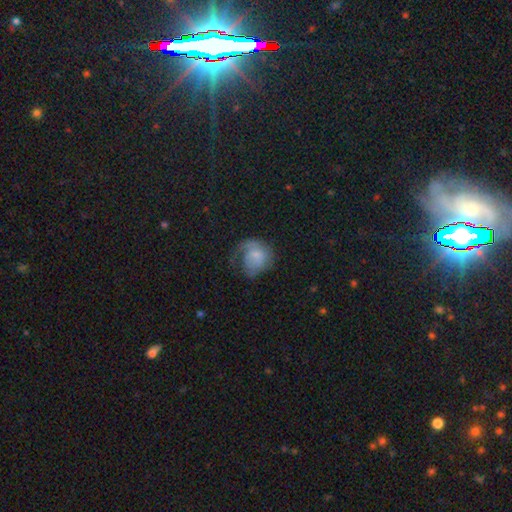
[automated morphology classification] This is possibly a featured or disk galaxy (49%). Merging: marginally none (39%).